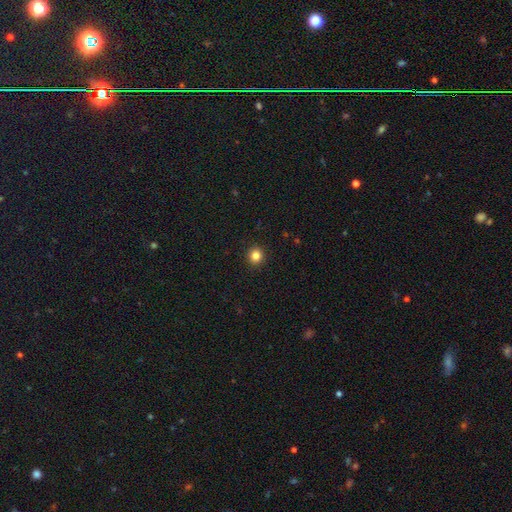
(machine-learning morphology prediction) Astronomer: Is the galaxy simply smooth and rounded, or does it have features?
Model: smooth — 84%.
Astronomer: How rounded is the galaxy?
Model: round — 91%.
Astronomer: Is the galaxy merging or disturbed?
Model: none — 93%.